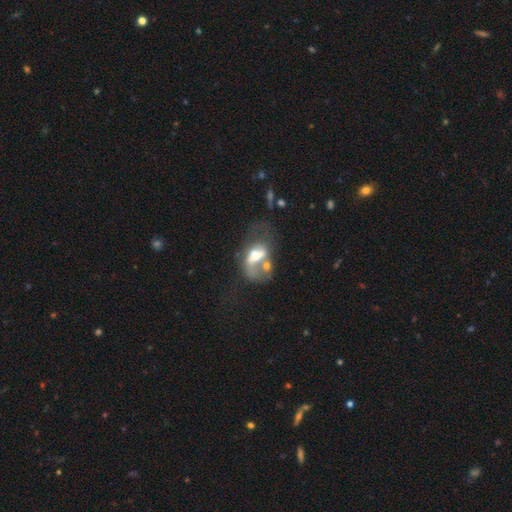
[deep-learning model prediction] A featured or disk galaxy (51%). Merging: merger (37%).